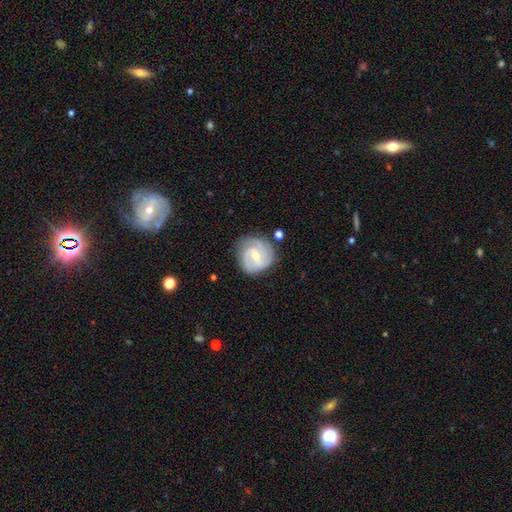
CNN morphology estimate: Smooth or featured?
  - featured or disk: 83% *
  - smooth: 12%
  - star or artifact: 5%
Edge-on disk?
  - no: 98% *
  - yes: 2%
Bar?
  - weak: 54% *
  - no: 32%
  - strong: 14%
Spiral arms?
  - yes: 97% *
  - no: 3%
Spiral winding?
  - tight: 55% *
  - medium: 37%
  - loose: 8%
Spiral arm count?
  - 3: 48% *
  - 2: 22%
  - can't tell: 14%
  - 4: 9%
  - 1: 4%
  - more than 4: 4%
Bulge size?
  - small: 50% *
  - moderate: 47%
  - large: 1%
  - none: 1%
  - dominant: 1%
Merging?
  - none: 78% *
  - minor disturbance: 15%
  - major disturbance: 4%
  - merger: 2%